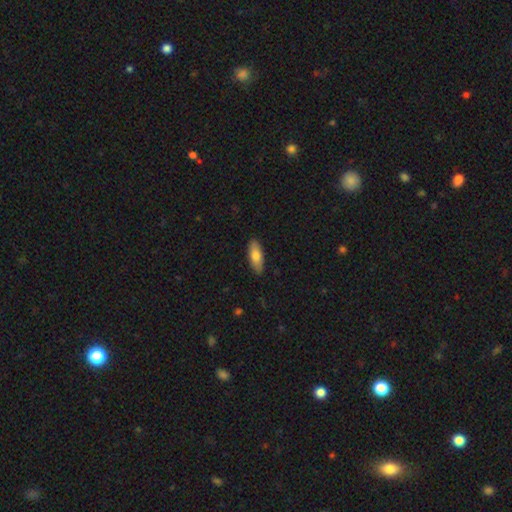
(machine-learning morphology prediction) smooth_or_featured: smooth (p=0.76) [alt: featured or disk p=0.19]
how_rounded: in between (p=0.70) [alt: cigar-shaped p=0.28]
merging: none (p=0.89) [alt: minor disturbance p=0.08]